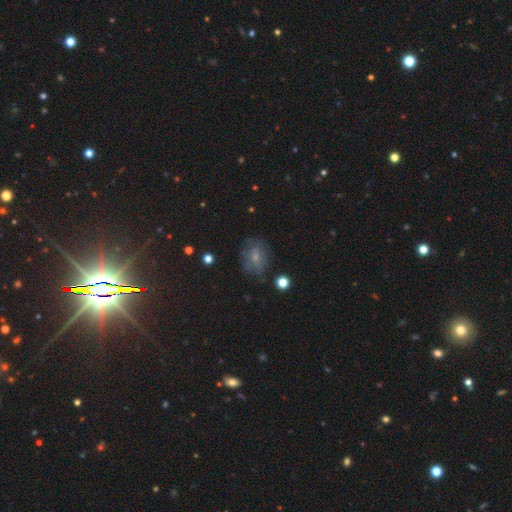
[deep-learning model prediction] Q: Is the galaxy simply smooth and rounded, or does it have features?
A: smooth — 43%.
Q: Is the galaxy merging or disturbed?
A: none — 77%.